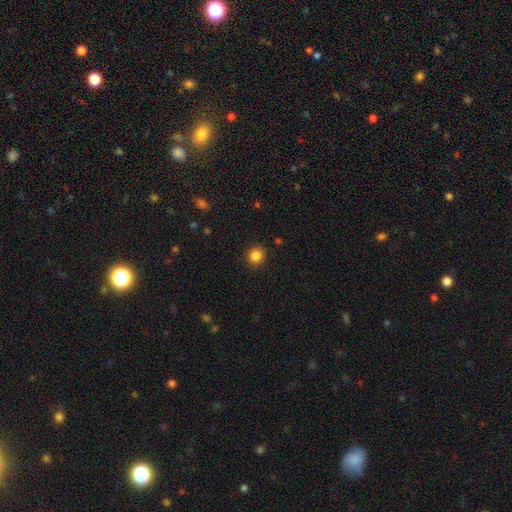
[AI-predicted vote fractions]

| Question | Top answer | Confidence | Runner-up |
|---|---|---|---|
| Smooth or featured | smooth | 85% | star or artifact (11%) |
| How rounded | round | 86% | in between (13%) |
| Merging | none | 90% | minor disturbance (6%) |